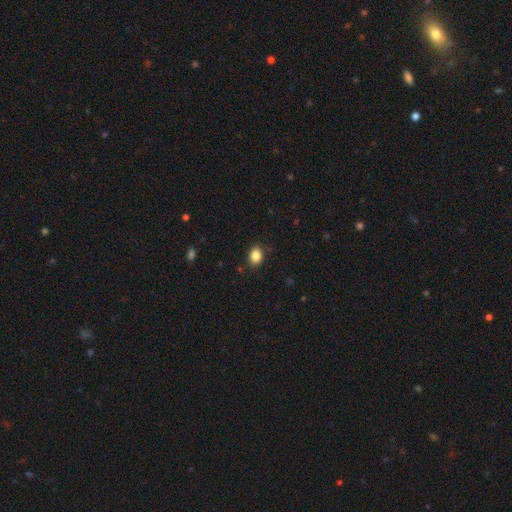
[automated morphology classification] A smooth galaxy with no disk features (86%) that is in between round and cigar-shaped (67%). Merging: none (87%).